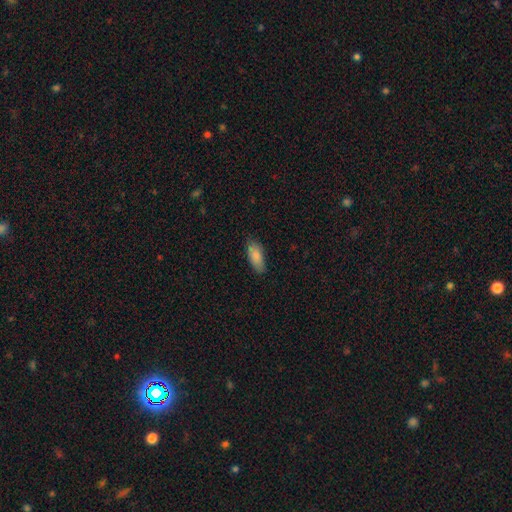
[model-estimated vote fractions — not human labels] Morphology: type=smooth (86%); roundness=in between (84%); merging=none (82%).